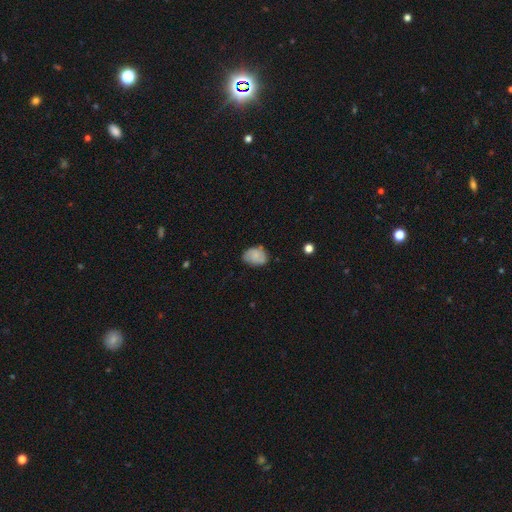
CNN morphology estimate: The model was most divided on "merging": none: 66%, minor disturbance: 26%, major disturbance: 6%, merger: 2%. More confident: smooth or featured — smooth (71%); how rounded — in between (70%).